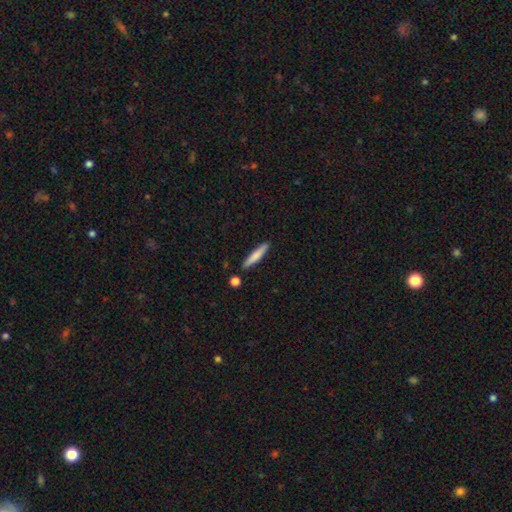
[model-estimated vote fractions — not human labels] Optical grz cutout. It shows a smooth galaxy with no disk features (74%) that is cigar-shaped (91%). Merging: none (86%).